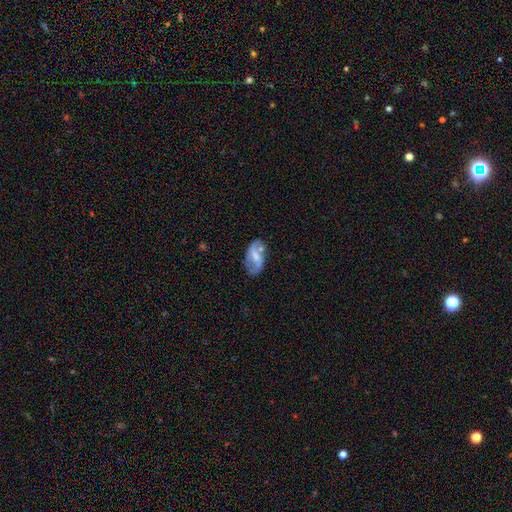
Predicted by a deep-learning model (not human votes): smooth_or_featured: featured or disk (p=0.61) [alt: smooth p=0.31]
disk_edge_on: no (p=0.95) [alt: yes p=0.05]
bar: weak (p=0.45) [alt: no p=0.28]
has_spiral_arms: yes (p=0.73) [alt: no p=0.27]
bulge_size: moderate (p=0.34) [alt: small p=0.32]
merging: none (p=0.54) [alt: minor disturbance p=0.25]